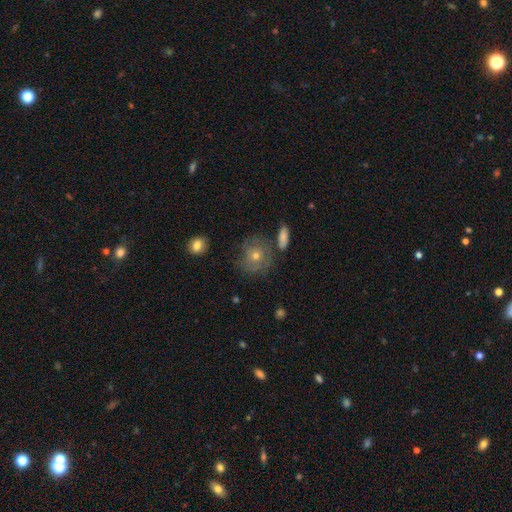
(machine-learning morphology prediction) The model was most divided on "smooth or featured": smooth: 43%, featured or disk: 40%, star or artifact: 16%. More confident: merging — none (73%).